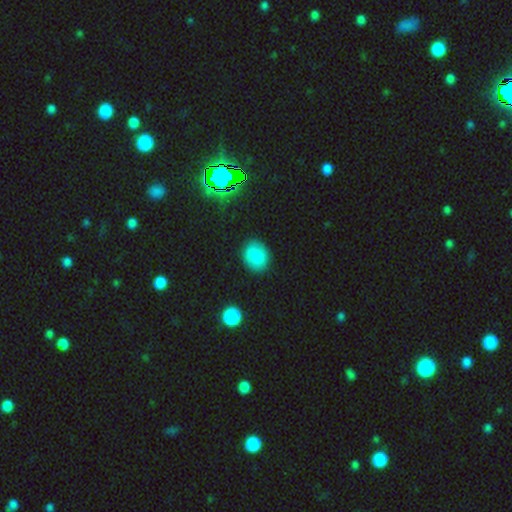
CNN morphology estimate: Smooth or featured: smooth — 83% (star or artifact — 11%)
How rounded: round — 56% (in between — 43%)
Merging: none — 86% (minor disturbance — 10%)